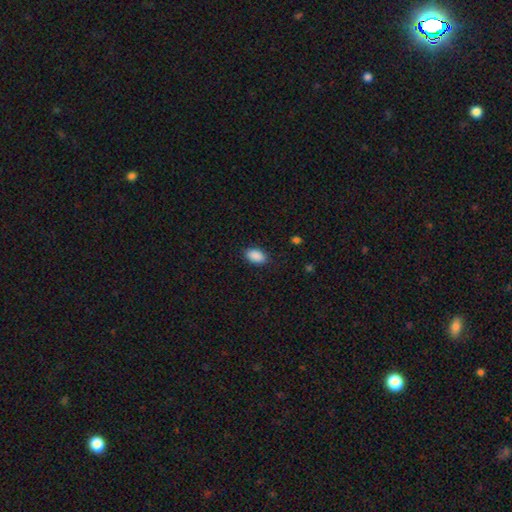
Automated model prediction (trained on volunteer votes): Smooth or featured? Predicted: smooth (p=0.90). How rounded? Predicted: in between (p=0.90). Merging? Predicted: none (p=0.86).